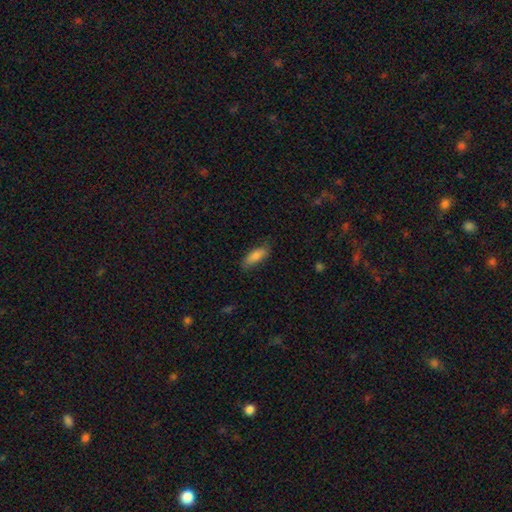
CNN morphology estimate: smooth-or-featured: smooth: 82% | featured or disk: 11% | star or artifact: 6%
  how-rounded: in between: 68% | cigar-shaped: 30% | round: 2%
  merging: none: 80% | minor disturbance: 16% | major disturbance: 3% | merger: 1%